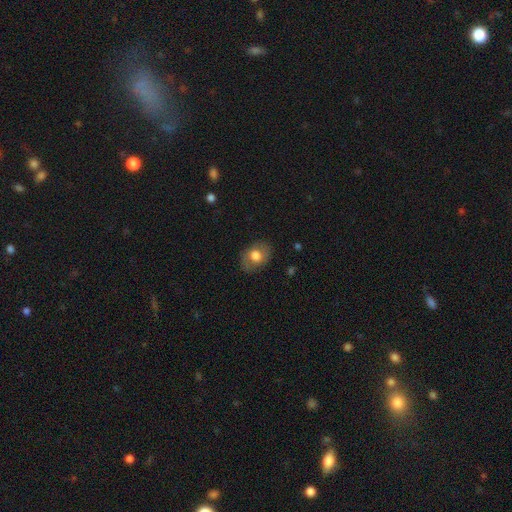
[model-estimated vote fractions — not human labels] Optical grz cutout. It shows a smooth galaxy with no disk features (68%) that is in between round and cigar-shaped (63%). Merging: none (79%).